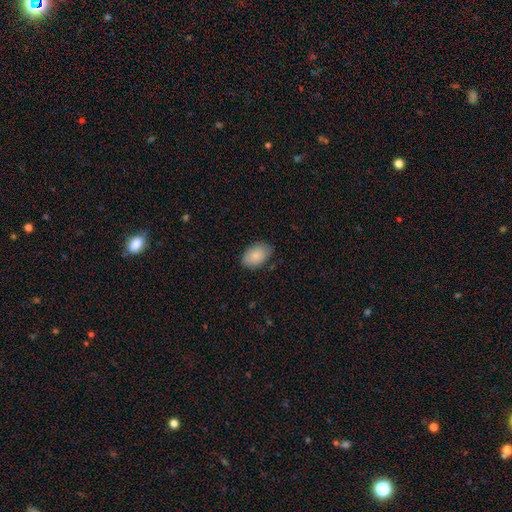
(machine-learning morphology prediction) The model was most divided on "merging": none: 81%, minor disturbance: 15%, major disturbance: 3%, merger: 1%. More confident: how rounded — in between (89%); smooth or featured — smooth (85%).